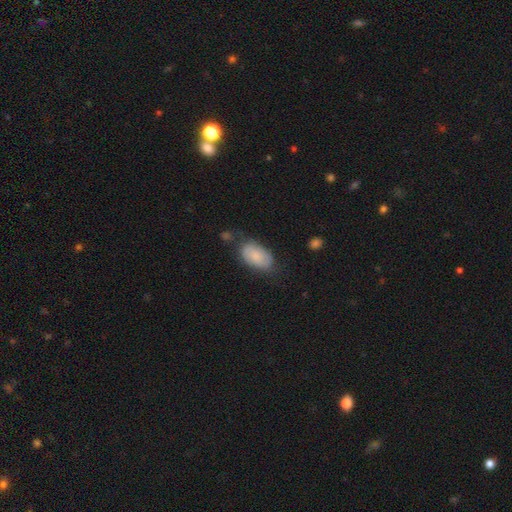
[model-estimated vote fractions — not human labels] Smooth or featured? smooth (73%)
How rounded? in between (93%)
Merging? none (60%)